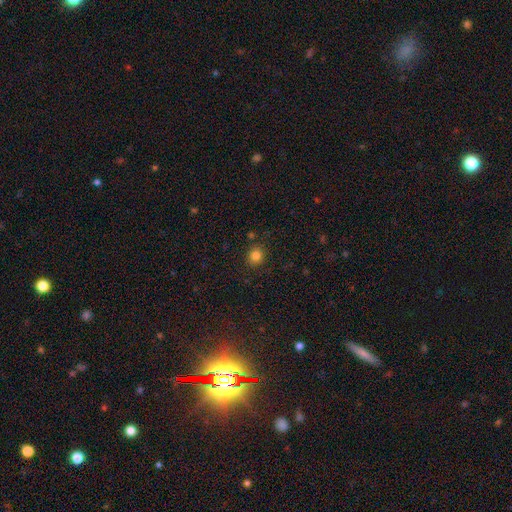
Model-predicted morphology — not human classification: Q: Smooth or featured?
A: smooth (81%); runner-up: star or artifact (13%)
Q: How rounded?
A: round (82%); runner-up: in between (17%)
Q: Merging?
A: none (86%); runner-up: minor disturbance (9%)